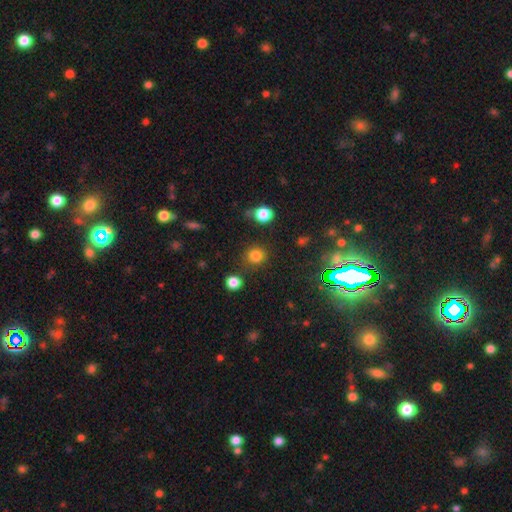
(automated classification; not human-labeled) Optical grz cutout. It shows a smooth galaxy with no disk features (80%) that is round (87%). Merging: none (82%).